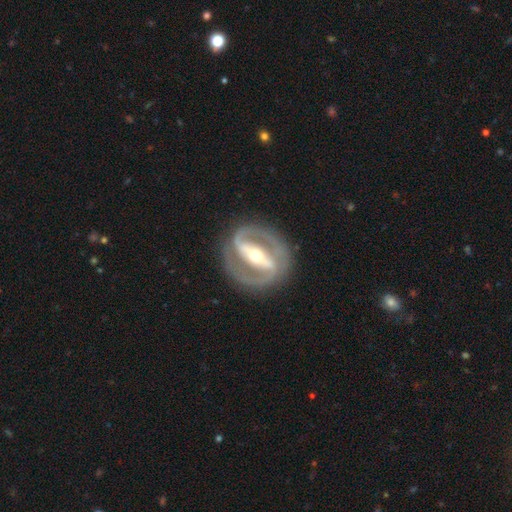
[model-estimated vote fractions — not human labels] Morphology: type=featured or disk (89%); edge-on=no (94%); bar=strong (79%); spiral arms=yes (88%); winding=tight (49%); arm count=2 (90%); bulge=moderate (54%); merging=none (86%).